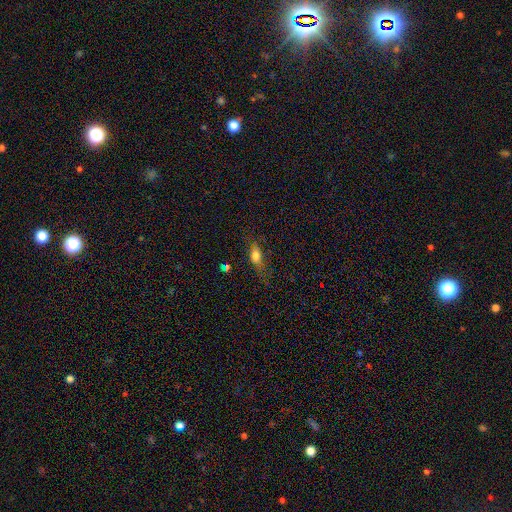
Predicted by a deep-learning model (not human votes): Overall: smooth (71%). How rounded: in between (68%). Merging: none (58%; minor disturbance 26%).